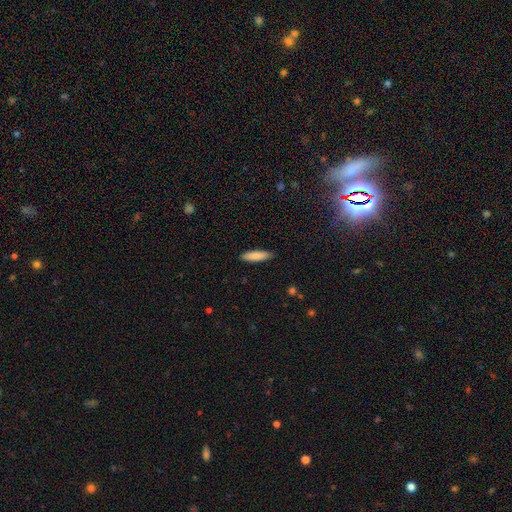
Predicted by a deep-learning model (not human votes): This is clearly a smooth galaxy (85%). How rounded: likely cigar-shaped (67%). Merging: clearly none (89%).